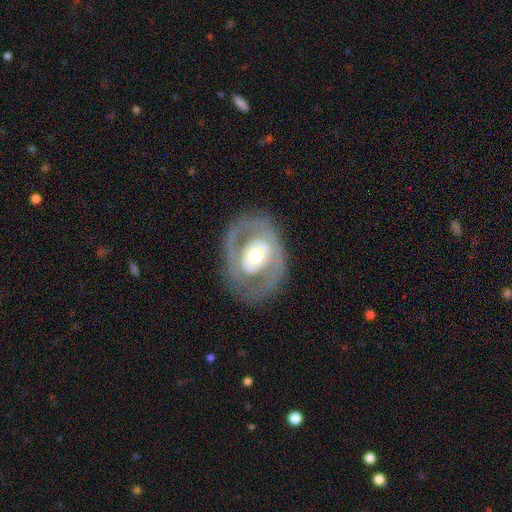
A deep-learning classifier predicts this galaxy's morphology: Overall: featured or disk (69%). Edge-on disk: no (94%). Bar: no (64%). Spiral arms: no (65%; yes 35%). Bulge size: moderate (65%). Merging: none (76%).